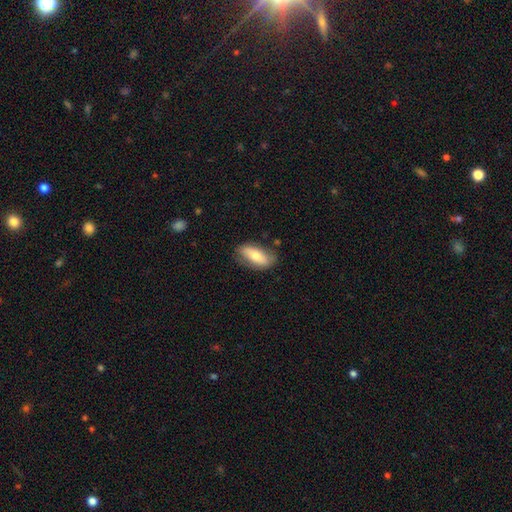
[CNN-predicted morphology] type=smooth (64%); roundness=in between (85%); merging=none (76%).